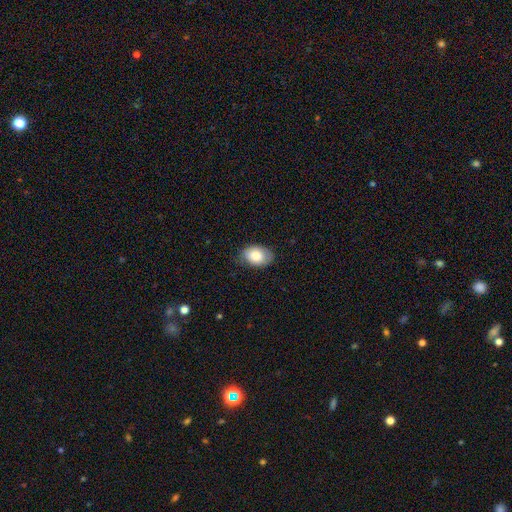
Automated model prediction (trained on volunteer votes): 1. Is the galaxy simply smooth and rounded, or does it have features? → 81% smooth, 12% featured or disk, 7% star or artifact.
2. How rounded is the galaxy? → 85% in between, 14% round, 1% cigar-shaped.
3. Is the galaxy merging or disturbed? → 75% none, 20% minor disturbance, 4% major disturbance, 1% merger.